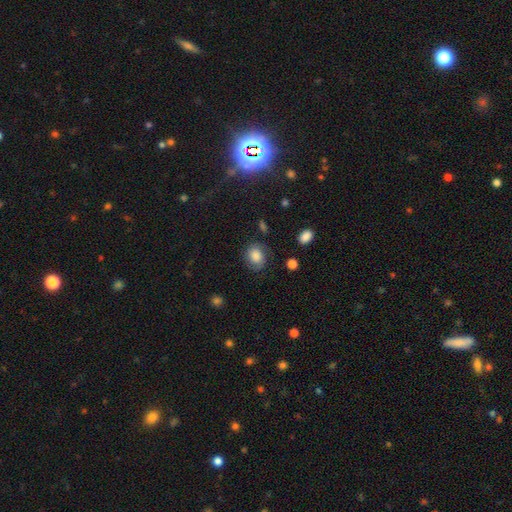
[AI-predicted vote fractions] Overall: smooth (64%; featured or disk 26%). How rounded: round (54%; in between 45%). Merging: none (70%).